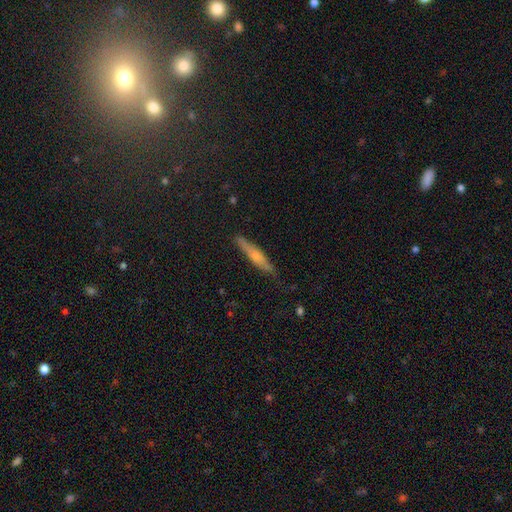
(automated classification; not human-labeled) This appears to be a smooth galaxy with no disk features (49%). Merging: none (81%).